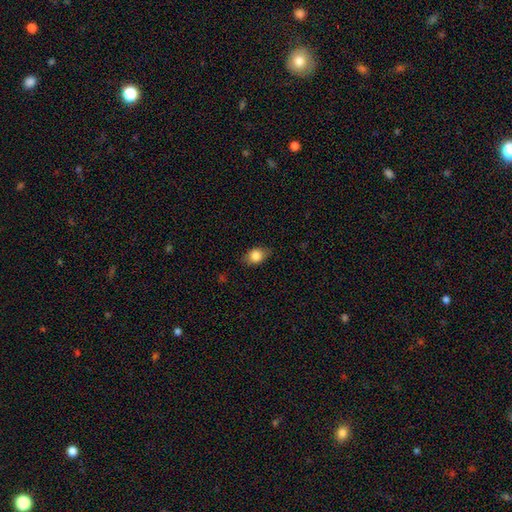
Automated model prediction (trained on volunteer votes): The model was most divided on "how rounded": in between: 65%, round: 32%, cigar-shaped: 2%. More confident: smooth or featured — smooth (81%); merging — none (78%).